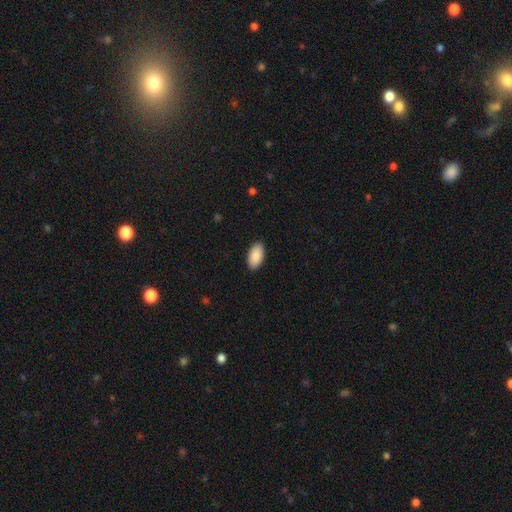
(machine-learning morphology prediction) A smooth galaxy with no disk features (90%) that is in between round and cigar-shaped (96%). Merging: none (90%).